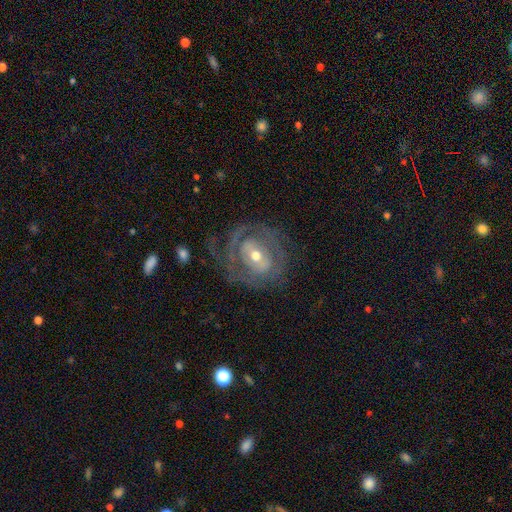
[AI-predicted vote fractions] Smooth or featured: featured or disk — 83% (smooth — 11%)
Edge-on disk: no — 96% (yes — 4%)
Bar: weak — 38% (no — 37%)
Spiral arms: yes — 80% (no — 20%)
Spiral winding: tight — 64% (medium — 27%)
Spiral arm count: can't tell — 39% (2 — 31%)
Bulge size: moderate — 56% (small — 39%)
Merging: none — 67% (minor disturbance — 17%)